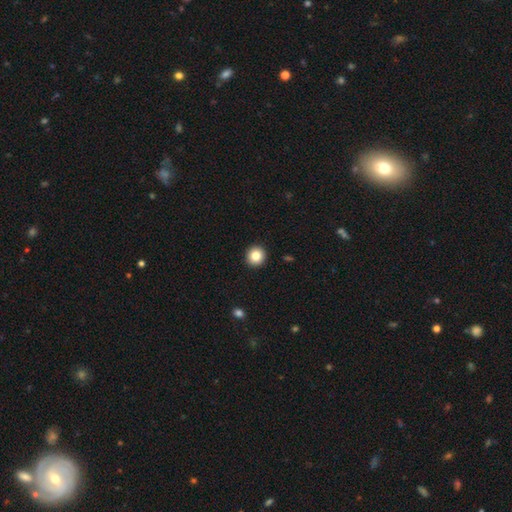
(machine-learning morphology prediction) A smooth galaxy with no disk features (85%) that is round (94%).

Vote fractions:
- Smooth or featured? smooth: 85% / star or artifact: 10% / featured or disk: 6%
- How rounded? round: 94% / in between: 5% / cigar-shaped: 1%
- Merging? none: 93% / minor disturbance: 4% / major disturbance: 1% / merger: 1%